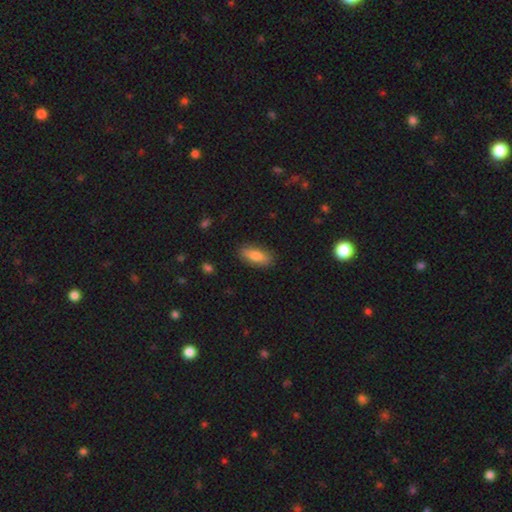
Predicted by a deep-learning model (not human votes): smooth-or-featured: smooth: 77% | featured or disk: 17% | star or artifact: 7%
  how-rounded: in between: 75% | cigar-shaped: 22% | round: 3%
  merging: none: 85% | minor disturbance: 11% | major disturbance: 2% | merger: 1%